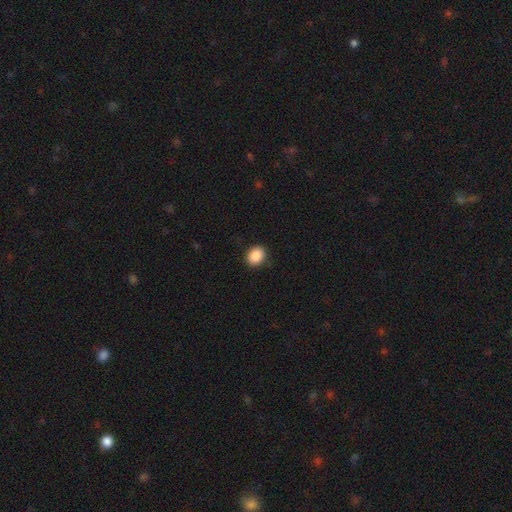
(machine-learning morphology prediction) Overall: smooth (89%). How rounded: in between (56%; round 43%). Merging: none (89%).